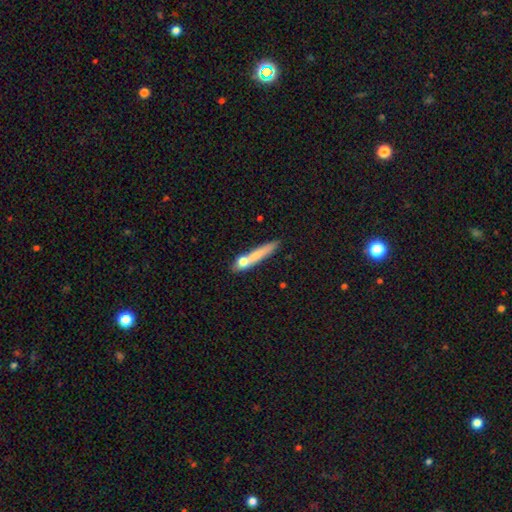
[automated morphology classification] The model was most divided on "smooth or featured": smooth: 65%, featured or disk: 27%, star or artifact: 8%. More confident: how rounded — cigar-shaped (85%); merging — none (58%).